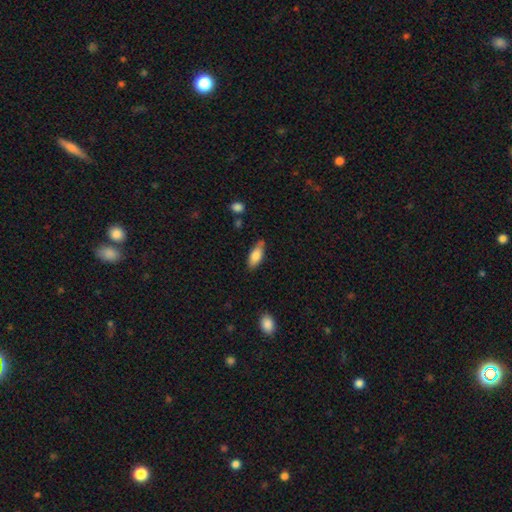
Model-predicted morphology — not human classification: The model was most divided on "how rounded": in between: 74%, cigar-shaped: 24%, round: 2%. More confident: smooth or featured — smooth (78%); merging — none (76%).